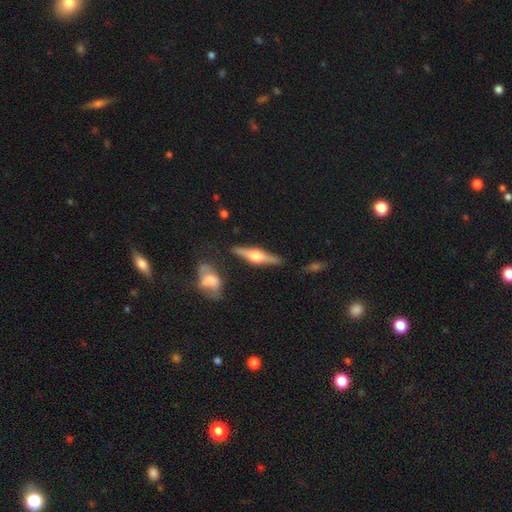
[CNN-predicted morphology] This is likely a featured or disk galaxy (73%). It is clearly viewed edge-on (97%). Edge-on bulge: clearly rounded (94%). Merging: clearly none (85%).